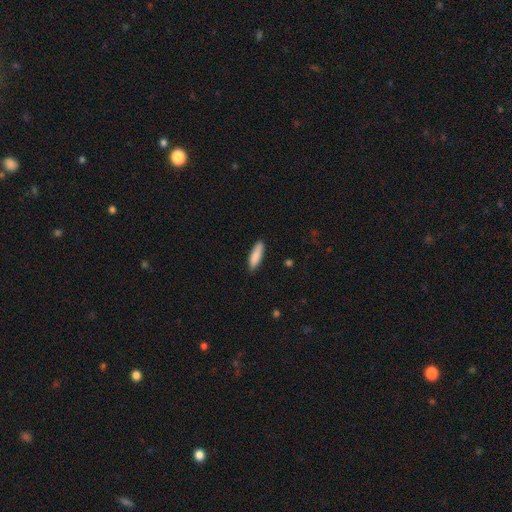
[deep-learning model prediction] A smooth galaxy with no disk features (87%) that is cigar-shaped (62%). Merging: none (85%).